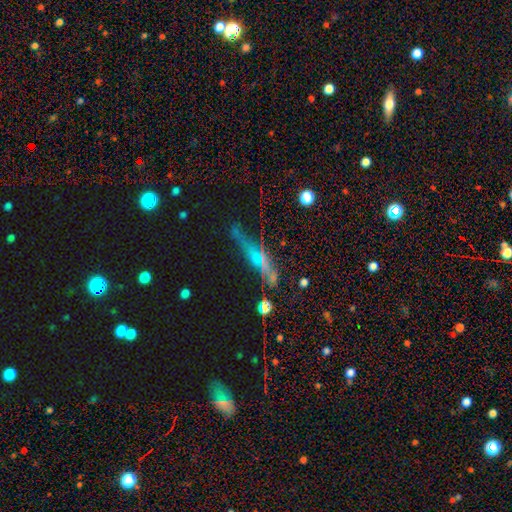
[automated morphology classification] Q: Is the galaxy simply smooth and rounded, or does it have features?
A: featured or disk — 44%.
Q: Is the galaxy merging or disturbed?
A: none — 59%.